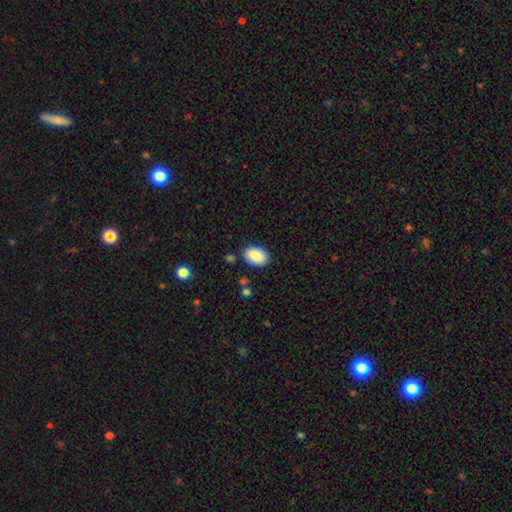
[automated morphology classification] This is clearly a smooth galaxy (89%). How rounded: clearly in between (84%). Merging: clearly none (85%).